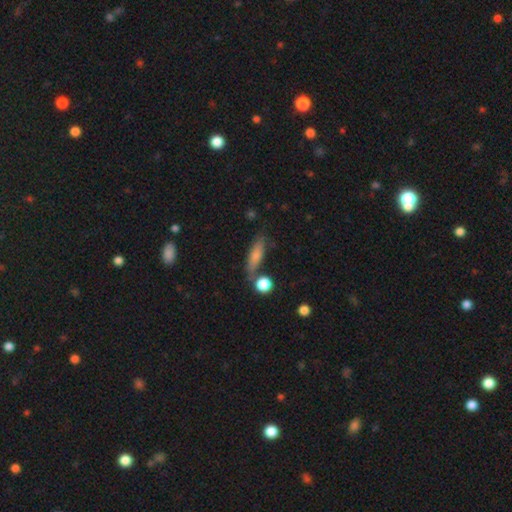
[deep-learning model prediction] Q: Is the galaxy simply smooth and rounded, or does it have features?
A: smooth — 73%.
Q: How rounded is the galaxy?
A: cigar-shaped — 55%.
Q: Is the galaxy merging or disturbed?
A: none — 66%.